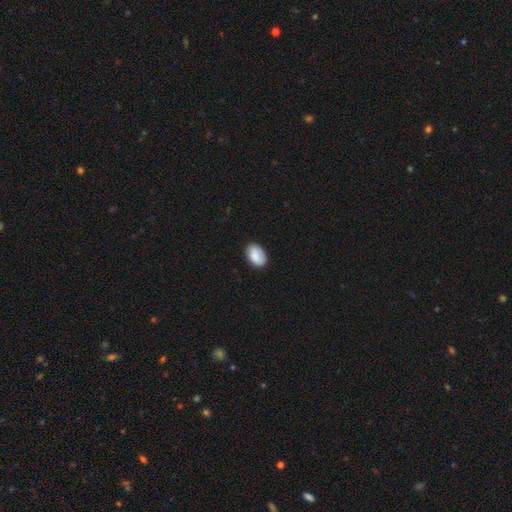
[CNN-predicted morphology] The model was most divided on "merging": none: 84%, minor disturbance: 13%, major disturbance: 2%, merger: 1%. More confident: how rounded — in between (89%); smooth or featured — smooth (85%).